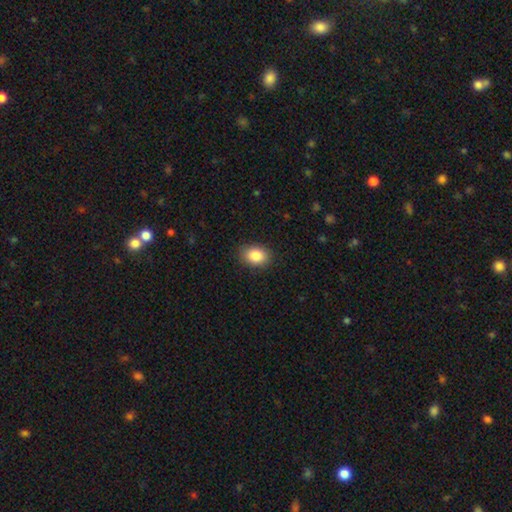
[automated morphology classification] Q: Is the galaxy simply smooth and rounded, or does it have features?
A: smooth — 86%.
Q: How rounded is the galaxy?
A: in between — 73%.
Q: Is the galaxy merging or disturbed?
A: none — 88%.